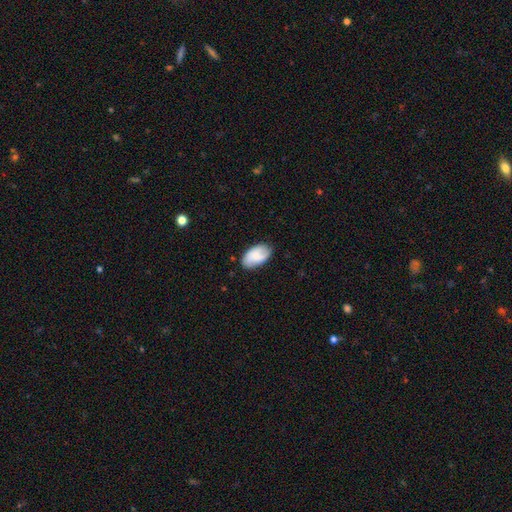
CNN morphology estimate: A smooth galaxy with no disk features (71%) that is in between round and cigar-shaped (93%). Merging: none (76%).